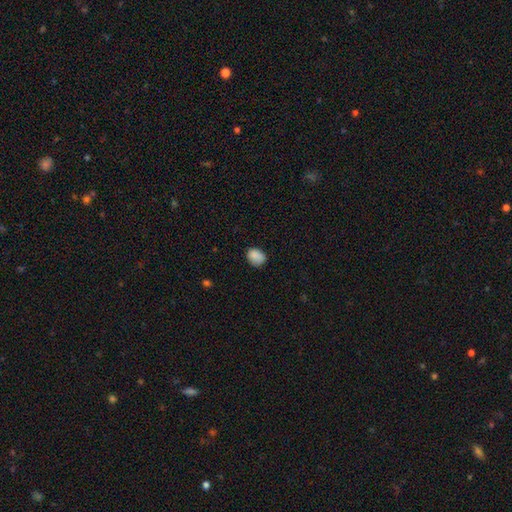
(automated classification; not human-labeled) Morphology: type=smooth (87%); roundness=in between (60%); merging=none (75%).